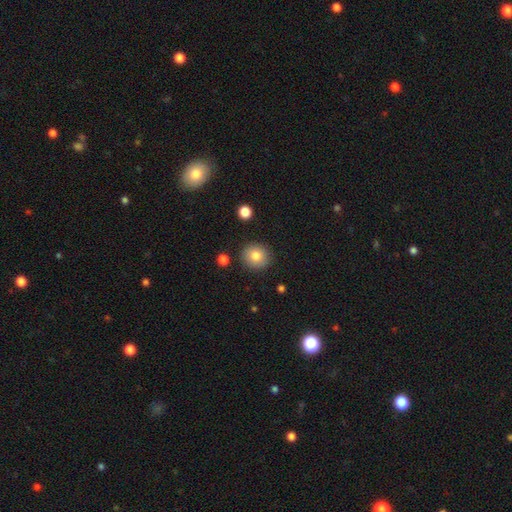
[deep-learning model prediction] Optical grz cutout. It shows a smooth galaxy with no disk features (82%) that is round (89%). Merging: none (89%).